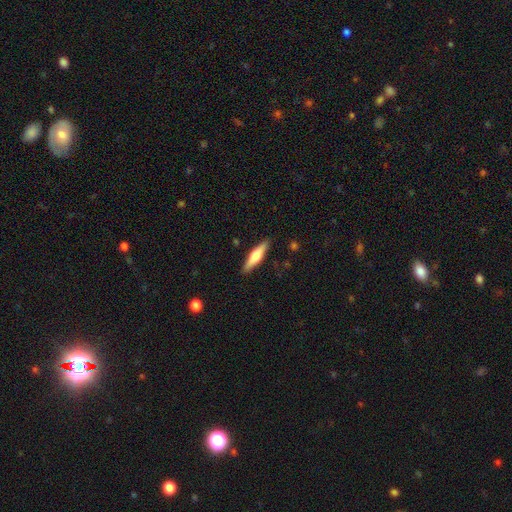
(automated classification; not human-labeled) Smooth or featured: smooth — 53% (featured or disk — 42%)
How rounded: cigar-shaped — 79% (in between — 19%)
Merging: none — 89% (minor disturbance — 8%)